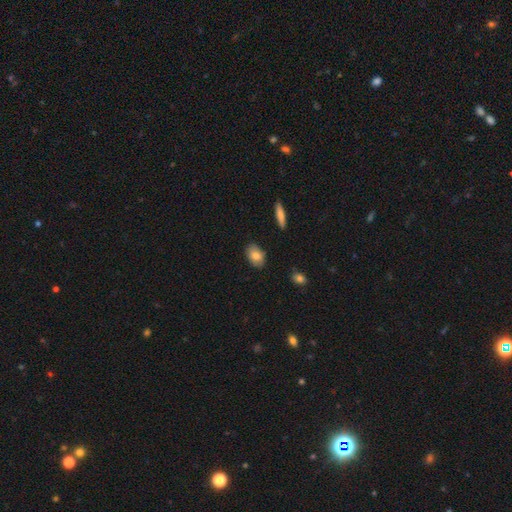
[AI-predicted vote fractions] smooth 80%, featured or disk 13%, star or artifact 7%. Down the decision tree: how rounded — in between (85%); merging — none (84%).